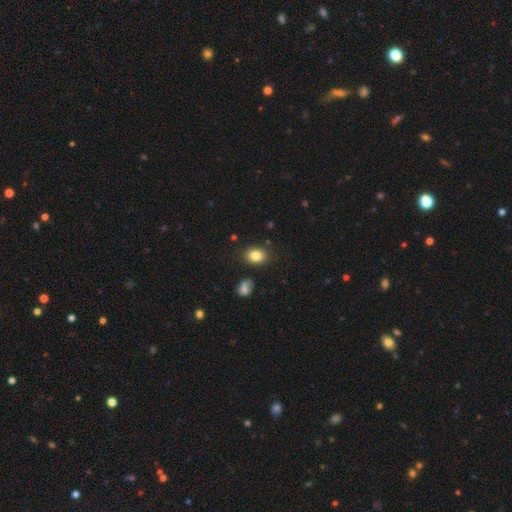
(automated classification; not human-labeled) The model was most divided on "how rounded": in between: 60%, round: 39%, cigar-shaped: 1%. More confident: smooth or featured — smooth (83%); merging — none (82%).